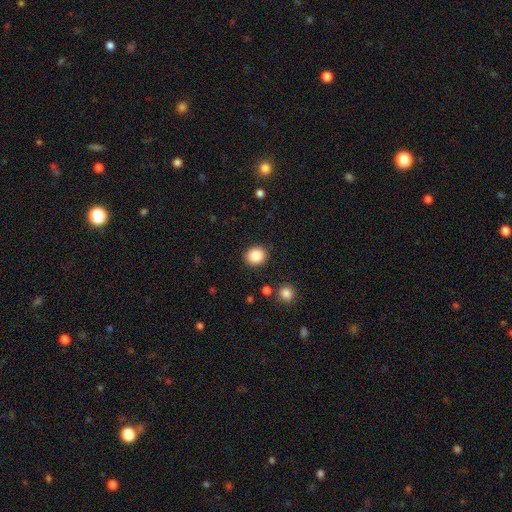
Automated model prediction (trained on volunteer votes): Smooth or featured?
  - smooth: 86% *
  - star or artifact: 9%
  - featured or disk: 4%
How rounded?
  - round: 78% *
  - in between: 21%
  - cigar-shaped: 1%
Merging?
  - none: 89% *
  - minor disturbance: 7%
  - major disturbance: 2%
  - merger: 2%